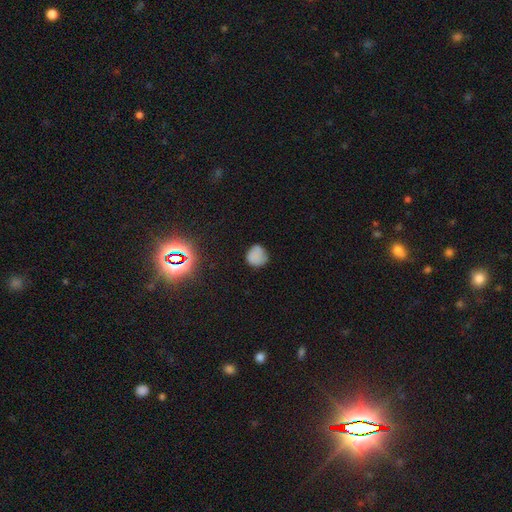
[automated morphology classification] A smooth galaxy with no disk features (76%) that is round (87%).

Vote fractions:
- Smooth or featured? smooth: 76% / star or artifact: 15% / featured or disk: 9%
- How rounded? round: 87% / in between: 12% / cigar-shaped: 1%
- Merging? none: 72% / minor disturbance: 21% / major disturbance: 5% / merger: 2%